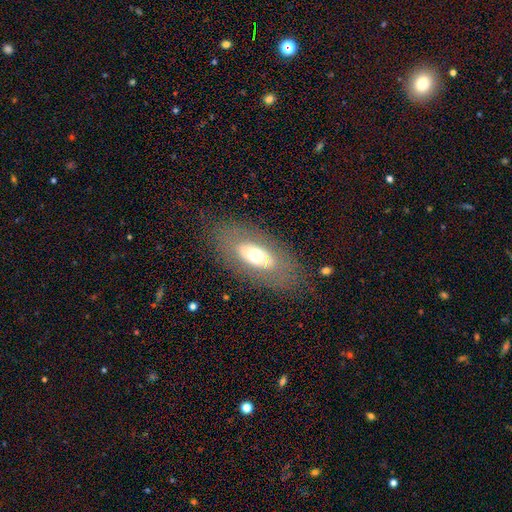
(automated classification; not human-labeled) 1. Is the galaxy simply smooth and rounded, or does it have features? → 49% smooth, 42% featured or disk, 9% star or artifact.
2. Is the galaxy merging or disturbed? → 78% none, 12% minor disturbance, 8% major disturbance, 2% merger.